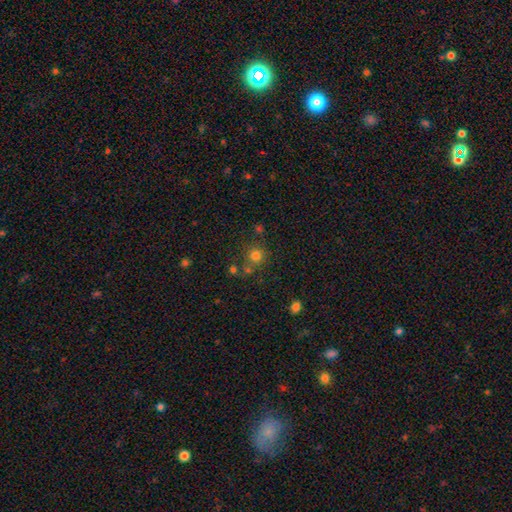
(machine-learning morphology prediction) A smooth galaxy with no disk features (75%) that is round (90%). Merging: none (68%).